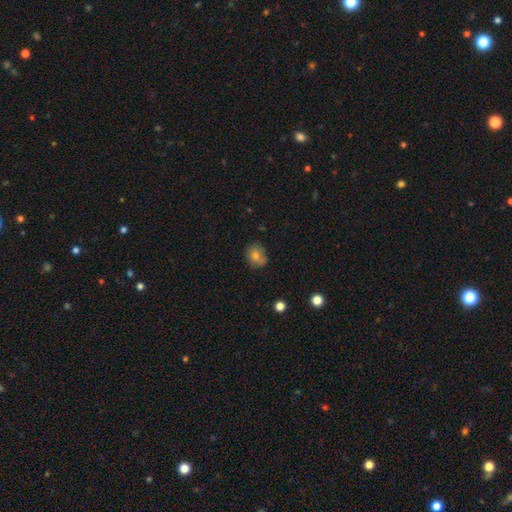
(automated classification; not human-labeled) Smooth or featured?
  - smooth: 73% *
  - featured or disk: 16%
  - star or artifact: 11%
How rounded?
  - round: 64% *
  - in between: 35%
  - cigar-shaped: 1%
Merging?
  - none: 69% *
  - minor disturbance: 20%
  - merger: 6%
  - major disturbance: 4%